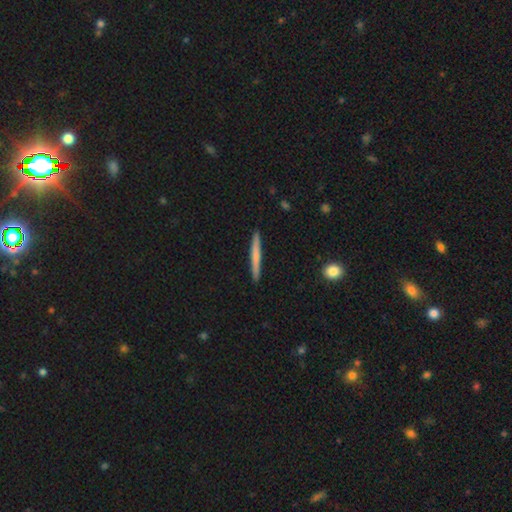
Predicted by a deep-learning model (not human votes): Smooth or featured: smooth — 61% (featured or disk — 34%)
How rounded: cigar-shaped — 96% (in between — 2%)
Merging: none — 92% (minor disturbance — 6%)